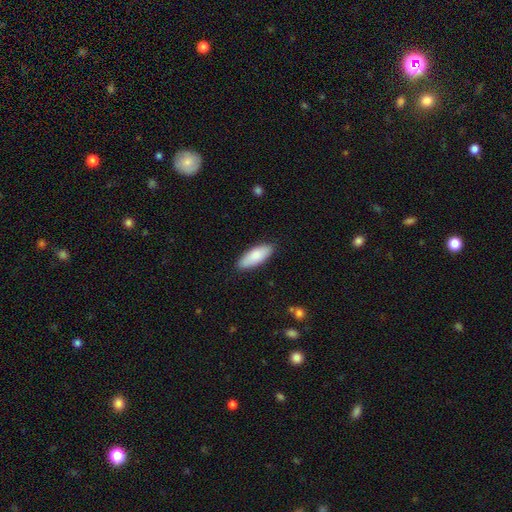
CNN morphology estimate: Smooth or featured? Predicted: smooth (p=0.83). How rounded? Predicted: in between (p=0.75). Merging? Predicted: none (p=0.87).